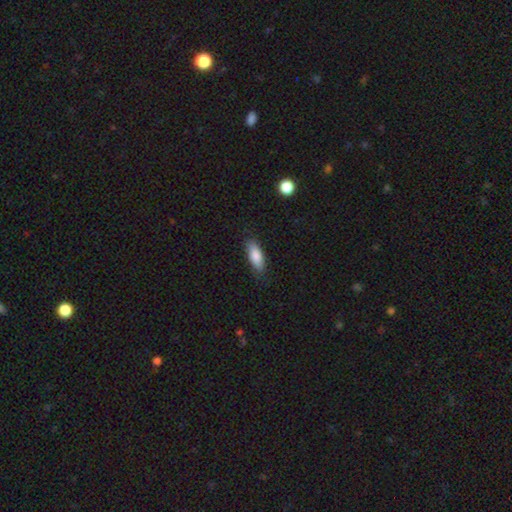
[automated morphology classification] A smooth galaxy with no disk features (84%) that is in between round and cigar-shaped (72%).

Vote fractions:
- Smooth or featured? smooth: 84% / featured or disk: 9% / star or artifact: 6%
- How rounded? in between: 72% / cigar-shaped: 26% / round: 2%
- Merging? none: 84% / minor disturbance: 12% / major disturbance: 3% / merger: 1%